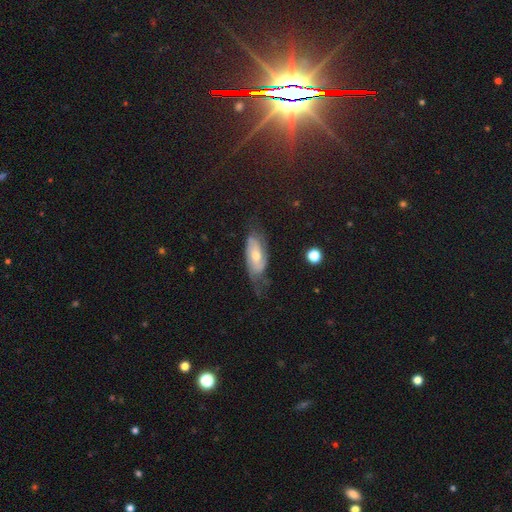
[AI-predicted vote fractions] Morphology: type=featured or disk (62%); edge-on=no (85%); bar=no (66%); spiral arms=yes (82%); bulge=moderate (58%); merging=none (52%).